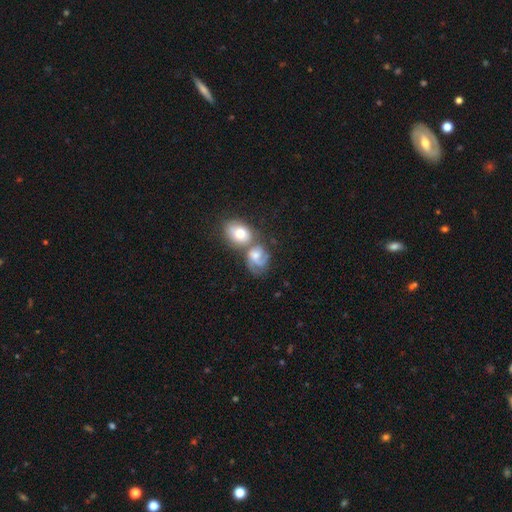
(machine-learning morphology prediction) smooth-or-featured: featured or disk: 58% | smooth: 34% | star or artifact: 9%
  disk-edge-on: no: 97% | yes: 3%
    bar: no: 67% | weak: 28% | strong: 6%
    has-spiral-arms: yes: 85% | no: 15%
    bulge-size: moderate: 53% | small: 22% | large: 15% | none: 8% | dominant: 3%
  merging: merger: 51% | none: 27% | minor disturbance: 12% | major disturbance: 10%